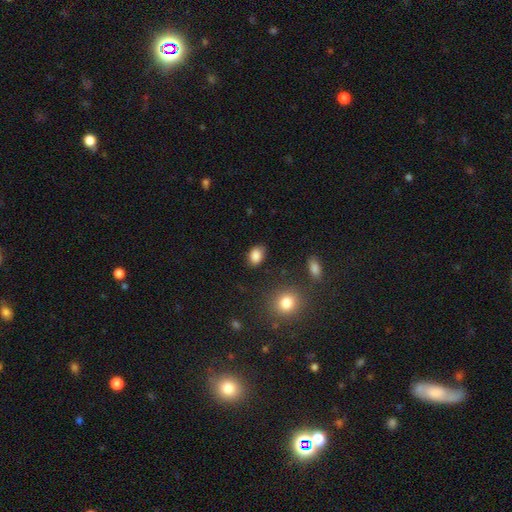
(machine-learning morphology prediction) type=smooth (86%); roundness=in between (77%); merging=none (79%).